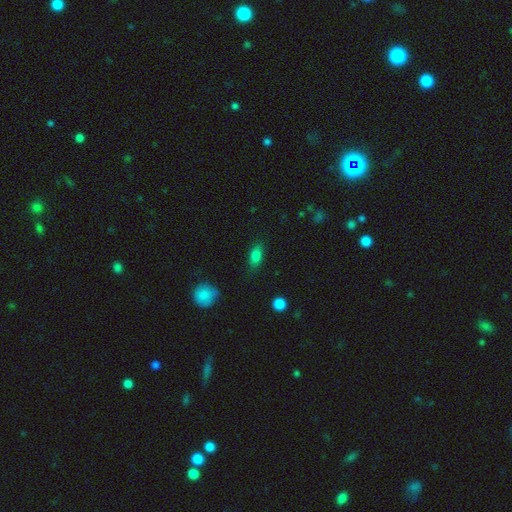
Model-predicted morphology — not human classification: Q: Smooth or featured?
A: smooth (82%); runner-up: star or artifact (10%)
Q: How rounded?
A: in between (83%); runner-up: cigar-shaped (11%)
Q: Merging?
A: none (80%); runner-up: minor disturbance (15%)